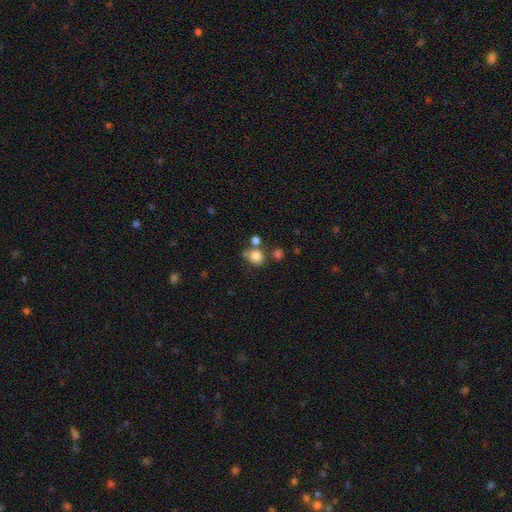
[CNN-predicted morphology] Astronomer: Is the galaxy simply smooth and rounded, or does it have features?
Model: smooth — 80%.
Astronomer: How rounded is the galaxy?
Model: round — 65%.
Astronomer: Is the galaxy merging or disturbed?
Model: none — 53%.